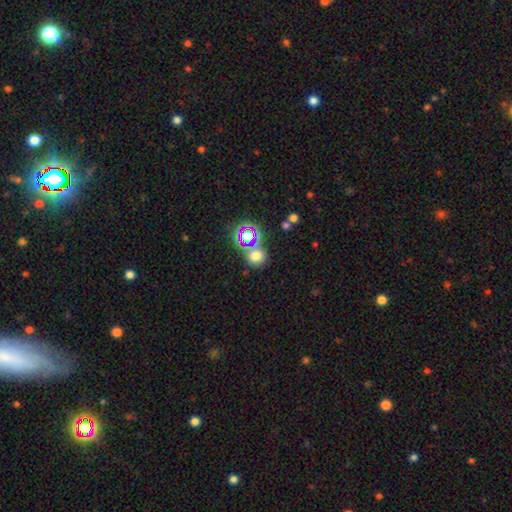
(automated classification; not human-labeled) Smooth or featured?
  - smooth: 65% *
  - star or artifact: 27%
  - featured or disk: 8%
How rounded?
  - round: 79% *
  - in between: 20%
  - cigar-shaped: 1%
Merging?
  - none: 66% *
  - merger: 20%
  - minor disturbance: 10%
  - major disturbance: 5%